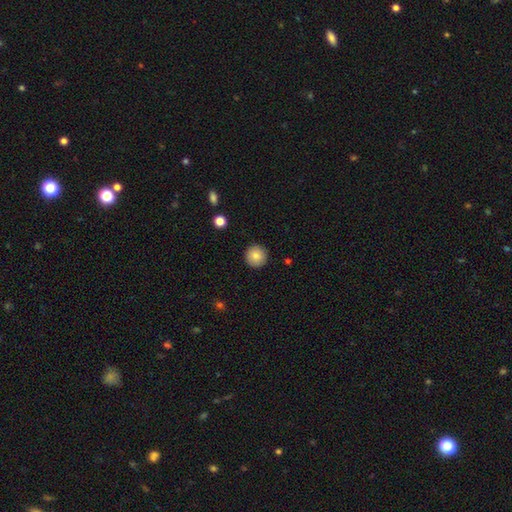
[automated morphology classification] Smooth or featured?
  - smooth: 84% *
  - star or artifact: 8%
  - featured or disk: 8%
How rounded?
  - round: 96% *
  - in between: 3%
  - cigar-shaped: 1%
Merging?
  - none: 92% *
  - minor disturbance: 6%
  - major disturbance: 2%
  - merger: 1%